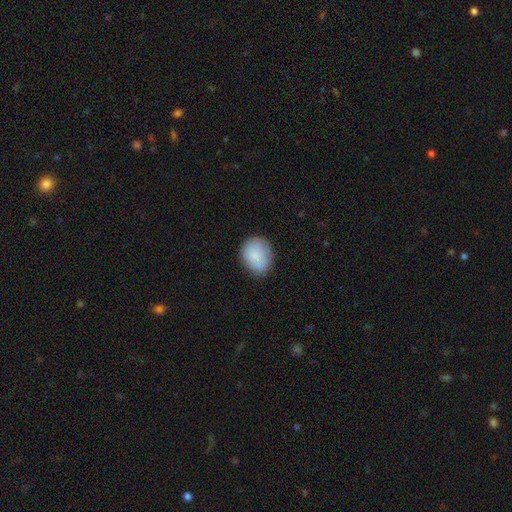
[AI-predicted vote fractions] This appears to be a smooth galaxy with no disk features (83%) that is round (52%). Merging: none (71%).